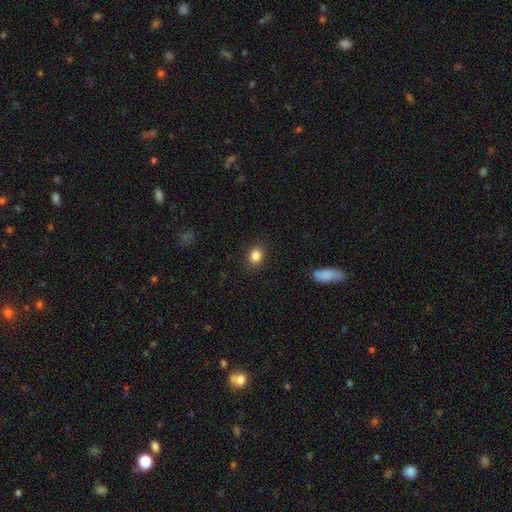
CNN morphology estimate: Smooth or featured: smooth — 85% (star or artifact — 10%)
How rounded: round — 57% (in between — 43%)
Merging: none — 88% (minor disturbance — 8%)